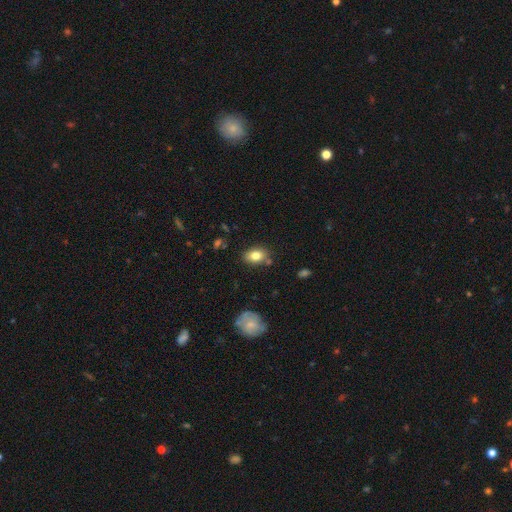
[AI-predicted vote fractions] smooth-or-featured: smooth: 80% | featured or disk: 11% | star or artifact: 9%
  how-rounded: in between: 78% | round: 20% | cigar-shaped: 2%
  merging: none: 78% | minor disturbance: 14% | merger: 5% | major disturbance: 3%